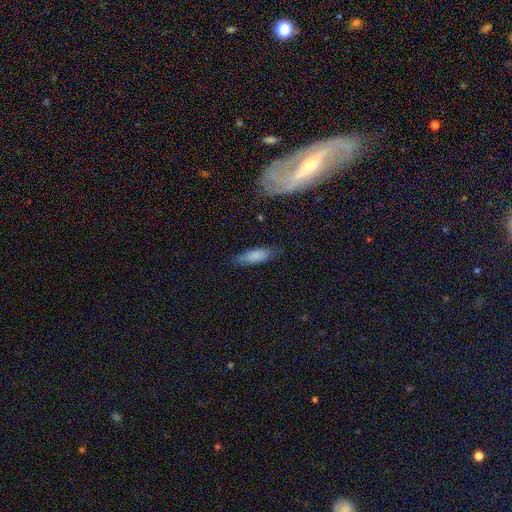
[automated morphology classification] Smooth or featured? Predicted: smooth (p=0.80). How rounded? Predicted: cigar-shaped (p=0.57). Merging? Predicted: none (p=0.80).